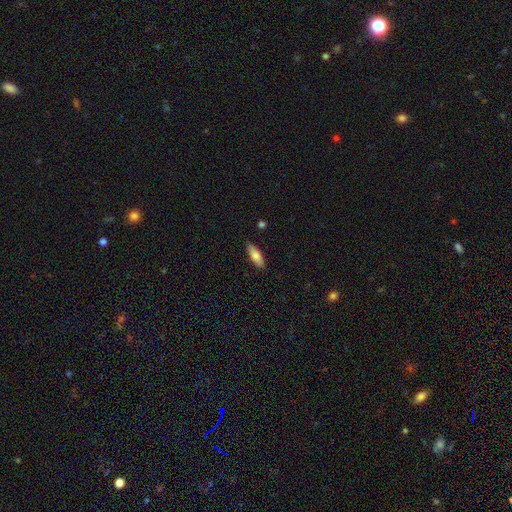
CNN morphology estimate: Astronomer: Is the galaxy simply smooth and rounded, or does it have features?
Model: smooth — 77%.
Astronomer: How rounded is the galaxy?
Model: in between — 60% (runner-up: cigar-shaped, 39%).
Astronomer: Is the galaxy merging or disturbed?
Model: none — 86%.